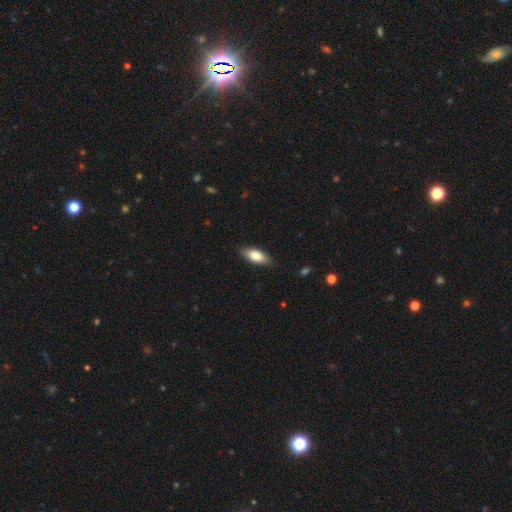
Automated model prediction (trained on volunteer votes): smooth 80%, featured or disk 14%, star or artifact 6%. Down the decision tree: how rounded — in between (82%); merging — none (86%).